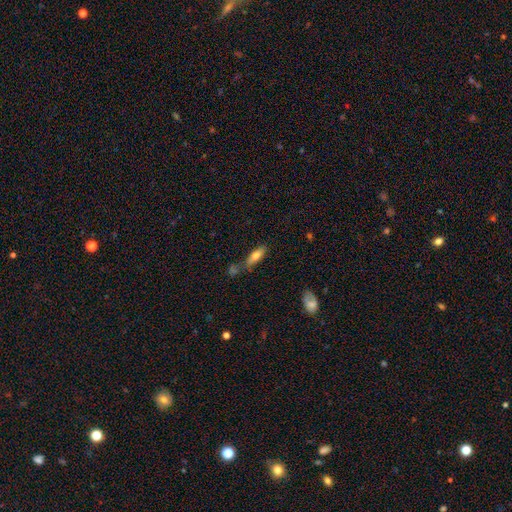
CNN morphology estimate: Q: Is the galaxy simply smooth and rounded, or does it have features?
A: smooth — 67%.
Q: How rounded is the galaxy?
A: in between — 52%.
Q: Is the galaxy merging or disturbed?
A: none — 60%.